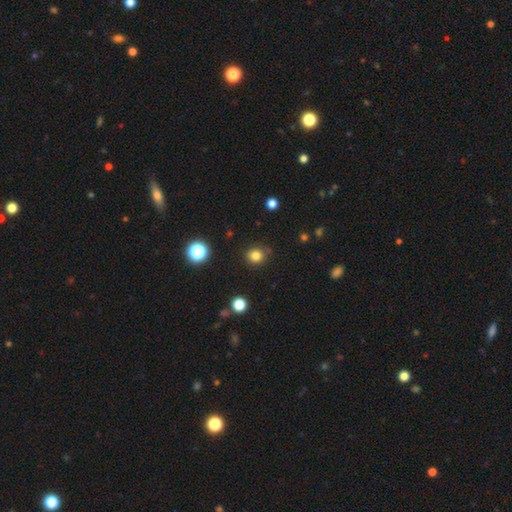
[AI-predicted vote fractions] Morphology: type=smooth (81%); roundness=round (84%); merging=none (84%).